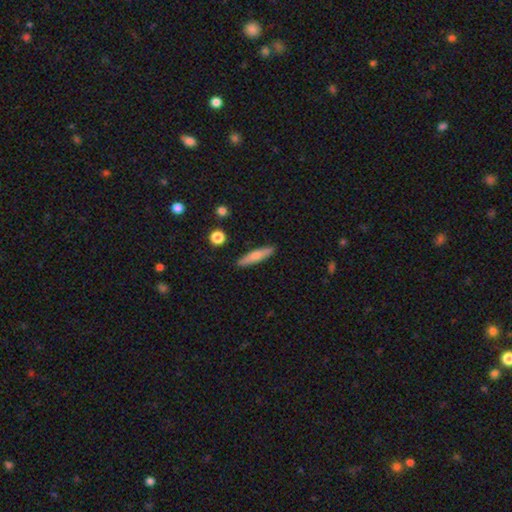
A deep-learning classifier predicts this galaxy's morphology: Smooth or featured?
  - smooth: 70% *
  - featured or disk: 24%
  - star or artifact: 6%
How rounded?
  - cigar-shaped: 83% *
  - in between: 15%
  - round: 2%
Merging?
  - none: 89% *
  - minor disturbance: 8%
  - major disturbance: 2%
  - merger: 2%